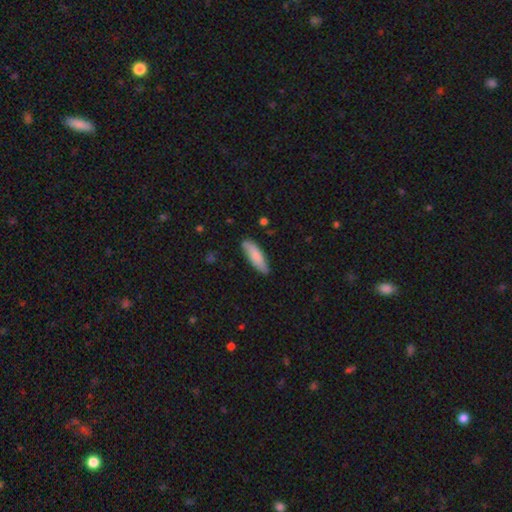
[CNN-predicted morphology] smooth_or_featured: smooth (p=0.79) [alt: featured or disk p=0.16]
how_rounded: in between (p=0.51) [alt: cigar-shaped p=0.47]
merging: none (p=0.80) [alt: minor disturbance p=0.16]